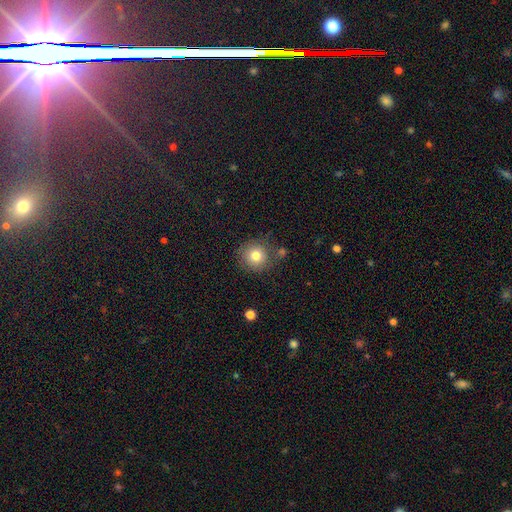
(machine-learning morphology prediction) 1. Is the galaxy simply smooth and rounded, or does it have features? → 78% smooth, 11% featured or disk, 11% star or artifact.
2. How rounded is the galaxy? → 93% round, 6% in between, 1% cigar-shaped.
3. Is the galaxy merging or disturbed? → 76% none, 13% minor disturbance, 6% merger, 5% major disturbance.